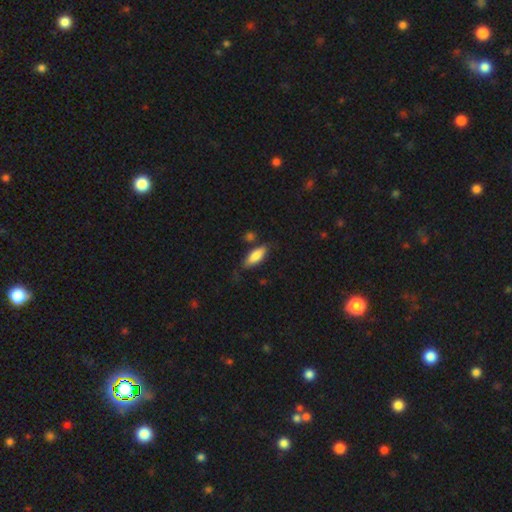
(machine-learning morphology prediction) Smooth or featured? Predicted: smooth (p=0.80). How rounded? Predicted: in between (p=0.69). Merging? Predicted: none (p=0.72).